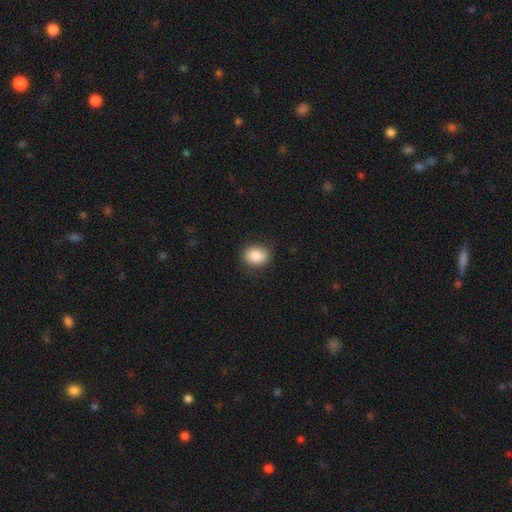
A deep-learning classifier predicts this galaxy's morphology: Smooth or featured? smooth (85%)
How rounded? in between (50%)
Merging? none (86%)